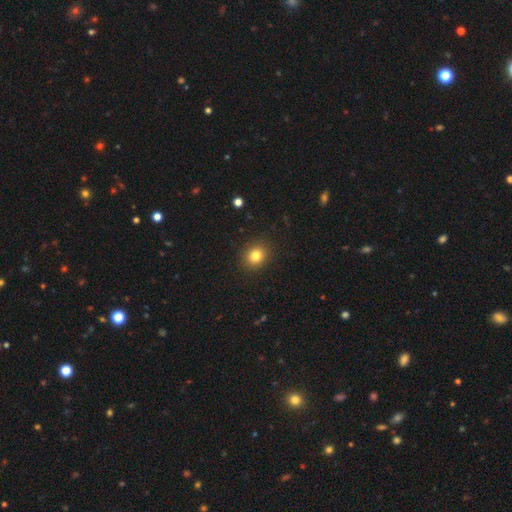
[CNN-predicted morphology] The model was most divided on "how rounded": round: 74%, in between: 25%, cigar-shaped: 1%. More confident: merging — none (90%); smooth or featured — smooth (82%).